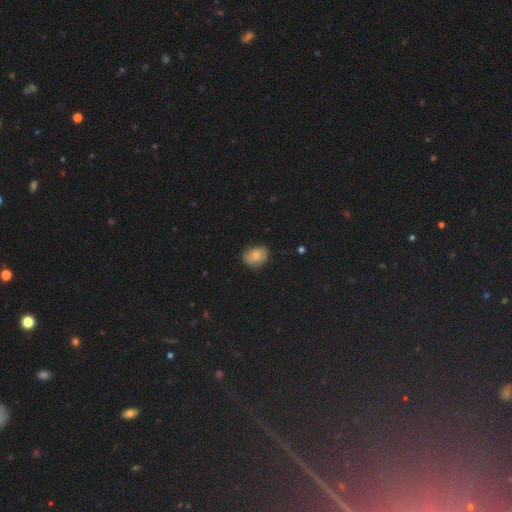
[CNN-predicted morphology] smooth 72%, featured or disk 18%, star or artifact 9%. Down the decision tree: how rounded — in between (59%); merging — none (71%).